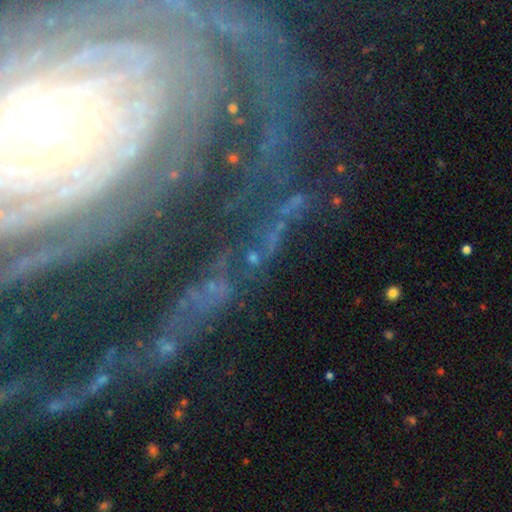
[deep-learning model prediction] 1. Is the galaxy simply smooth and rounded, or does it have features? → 59% star or artifact, 26% featured or disk, 15% smooth.